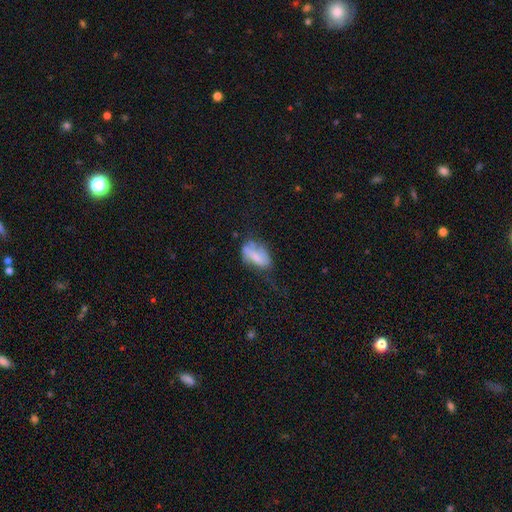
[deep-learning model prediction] A smooth galaxy with no disk features (58%) that is in between round and cigar-shaped (88%). Merging: major disturbance (34%).